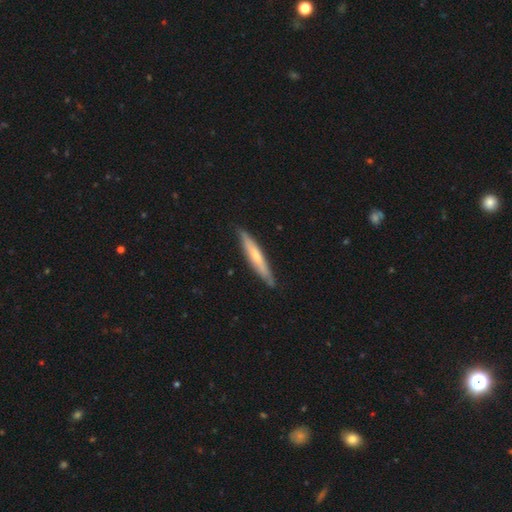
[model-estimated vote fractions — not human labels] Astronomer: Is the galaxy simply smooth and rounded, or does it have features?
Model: smooth — 49% (runner-up: featured or disk, 46%).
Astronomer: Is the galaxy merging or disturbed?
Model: none — 85%.